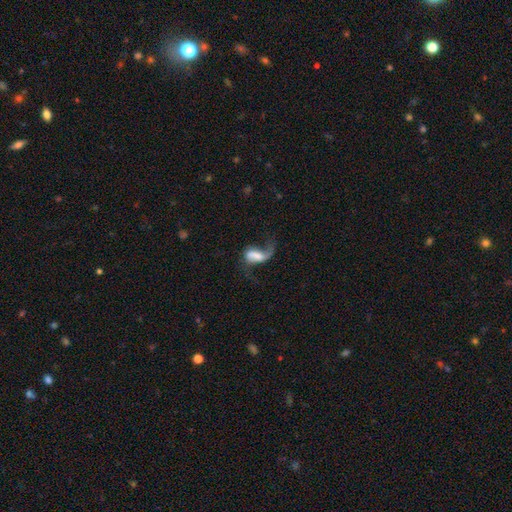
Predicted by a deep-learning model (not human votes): This appears to be a featured or disk galaxy (54%) with no bar (35%), spiral arms (77%) and no central bulge (33%). Merging: major disturbance (46%).